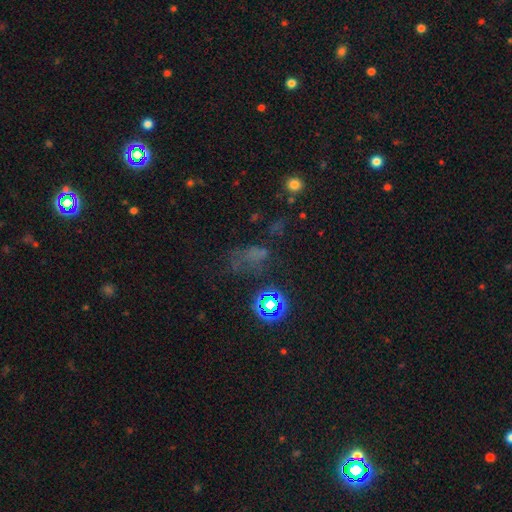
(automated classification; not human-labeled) Smooth or featured: star or artifact — 43% (smooth — 40%)